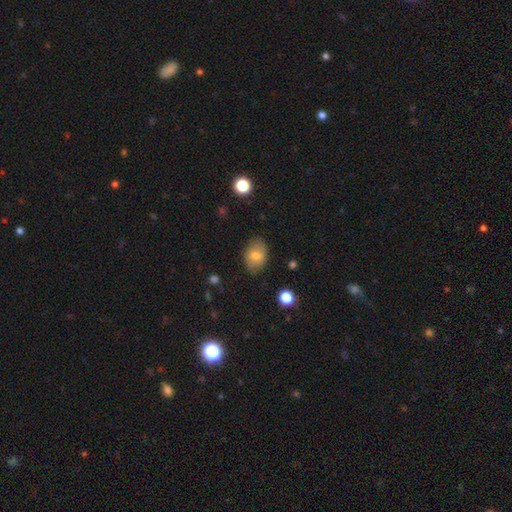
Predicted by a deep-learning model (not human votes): Smooth or featured? smooth (73%)
How rounded? in between (78%)
Merging? none (80%)